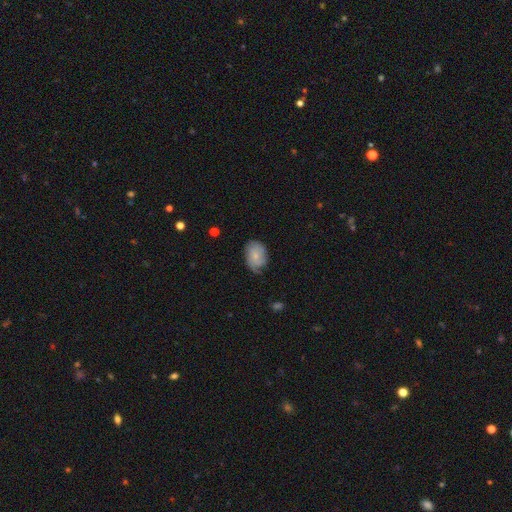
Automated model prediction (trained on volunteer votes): The model was most divided on "smooth or featured": smooth: 54%, featured or disk: 38%, star or artifact: 8%. More confident: how rounded — in between (76%); merging — none (57%).